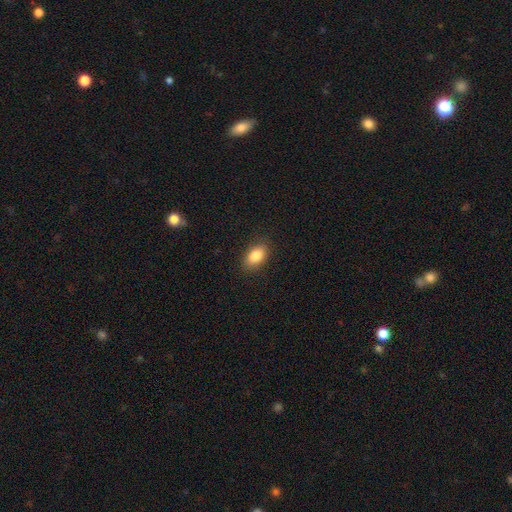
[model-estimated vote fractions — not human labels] Smooth or featured: smooth — 86% (star or artifact — 8%)
How rounded: in between — 89% (round — 8%)
Merging: none — 87% (minor disturbance — 9%)